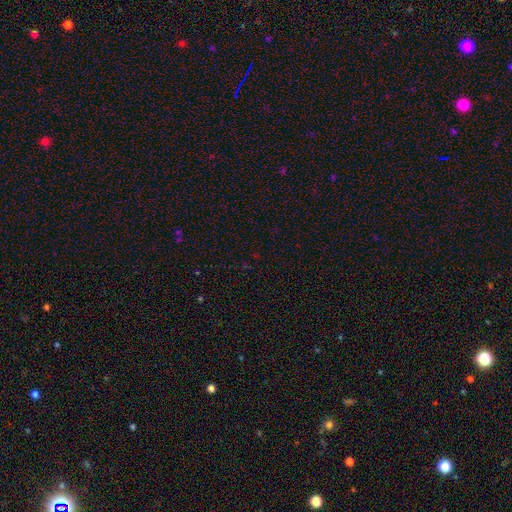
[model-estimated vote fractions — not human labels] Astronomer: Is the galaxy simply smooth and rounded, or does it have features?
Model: star or artifact — 69%.